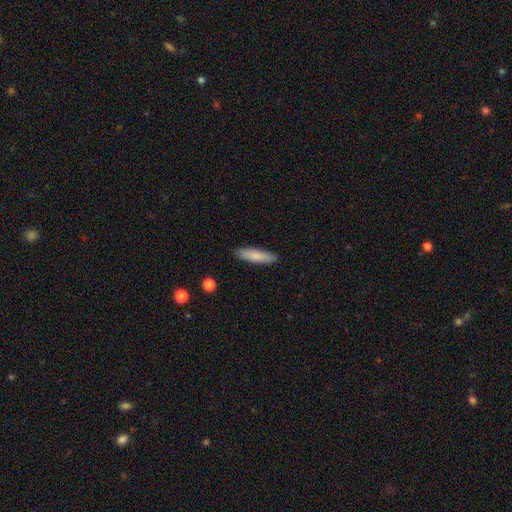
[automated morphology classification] smooth_or_featured: smooth (p=0.81) [alt: featured or disk p=0.14]
how_rounded: cigar-shaped (p=0.72) [alt: in between p=0.26]
merging: none (p=0.89) [alt: minor disturbance p=0.08]